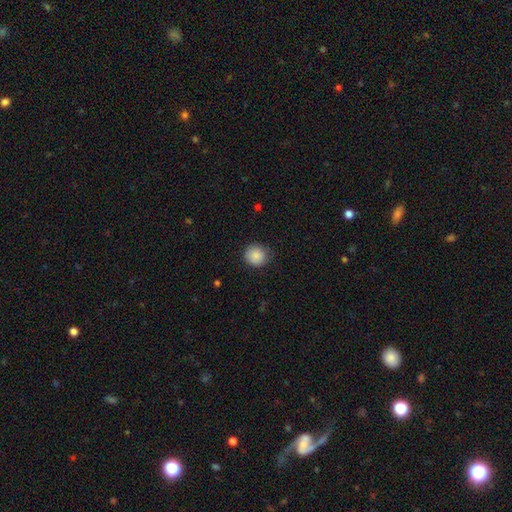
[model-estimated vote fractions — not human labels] Smooth or featured? smooth (87%)
How rounded? round (91%)
Merging? none (82%)